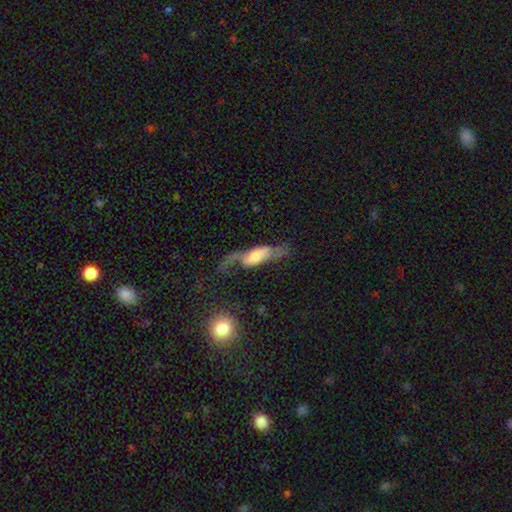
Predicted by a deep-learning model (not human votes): This appears to be a featured or disk galaxy (64%). Merging: major disturbance (38%).